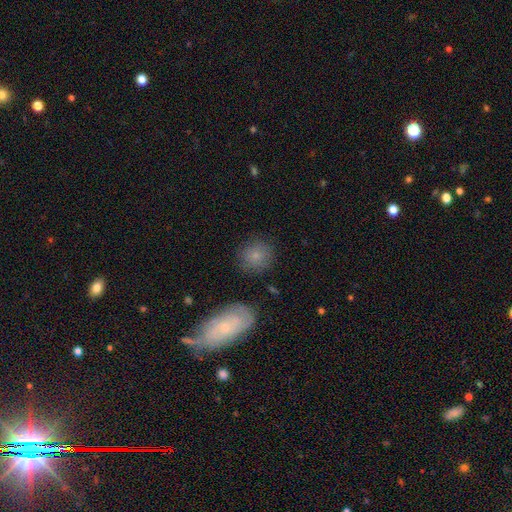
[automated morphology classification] Overall: smooth (76%). How rounded: round (83%). Merging: none (82%).